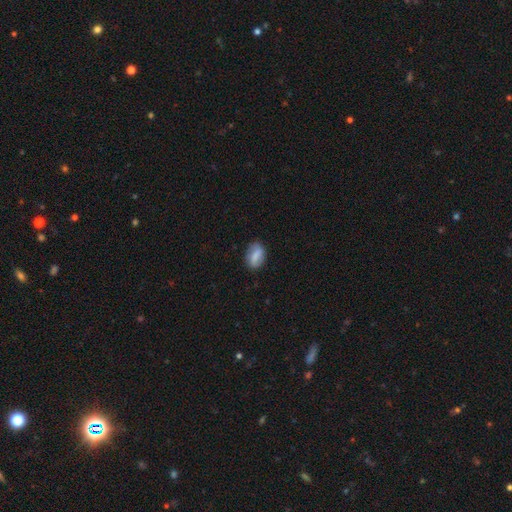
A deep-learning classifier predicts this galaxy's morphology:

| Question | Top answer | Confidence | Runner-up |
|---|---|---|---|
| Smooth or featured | smooth | 65% | featured or disk (27%) |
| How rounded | in between | 82% | round (15%) |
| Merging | none | 77% | minor disturbance (17%) |